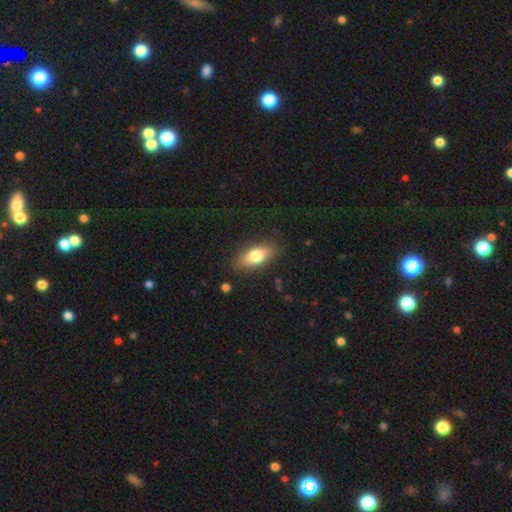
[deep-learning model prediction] A smooth galaxy with no disk features (74%) that is in between round and cigar-shaped (82%). Merging: none (85%).